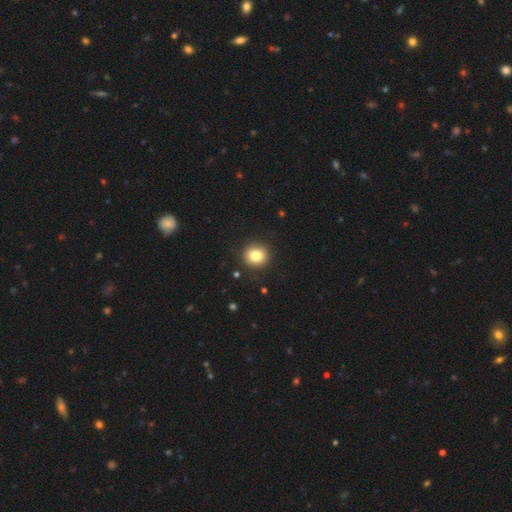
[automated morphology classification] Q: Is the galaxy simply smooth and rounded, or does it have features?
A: smooth — 82%.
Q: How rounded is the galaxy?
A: round — 89%.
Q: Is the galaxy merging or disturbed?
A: none — 90%.